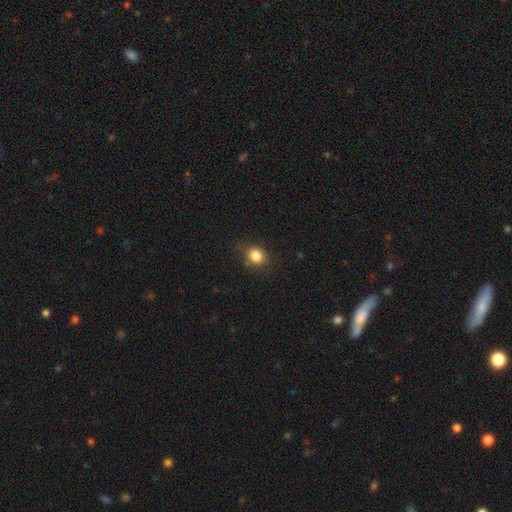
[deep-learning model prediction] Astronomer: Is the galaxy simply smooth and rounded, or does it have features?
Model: smooth — 84%.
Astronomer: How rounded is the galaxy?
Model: round — 78%.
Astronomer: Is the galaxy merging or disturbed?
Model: none — 77%.